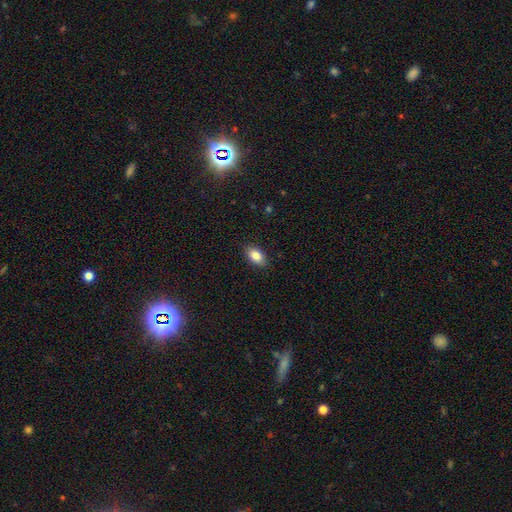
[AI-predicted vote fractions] smooth 86%, star or artifact 8%, featured or disk 7%. Down the decision tree: how rounded — in between (91%); merging — none (87%).